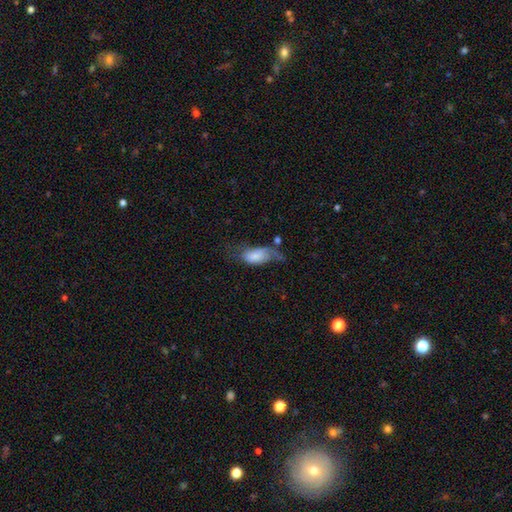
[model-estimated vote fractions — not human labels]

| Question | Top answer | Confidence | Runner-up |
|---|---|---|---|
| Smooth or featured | smooth | 66% | featured or disk (26%) |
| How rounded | in between | 91% | round (4%) |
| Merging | major disturbance | 37% | minor disturbance (28%) |